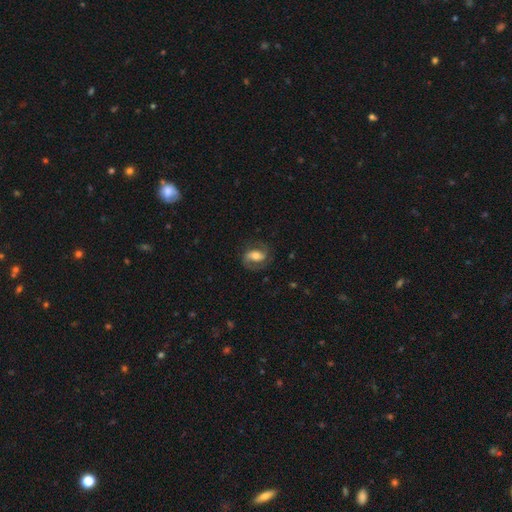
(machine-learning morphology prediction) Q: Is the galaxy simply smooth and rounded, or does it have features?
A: featured or disk — 74%.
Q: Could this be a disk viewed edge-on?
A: no — 96%.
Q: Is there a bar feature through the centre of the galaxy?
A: weak — 38%.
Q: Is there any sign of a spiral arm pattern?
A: yes — 92%.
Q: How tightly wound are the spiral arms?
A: medium — 52%.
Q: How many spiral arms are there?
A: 2 — 88%.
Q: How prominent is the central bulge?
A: moderate — 60%.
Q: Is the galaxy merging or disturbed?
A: none — 74%.